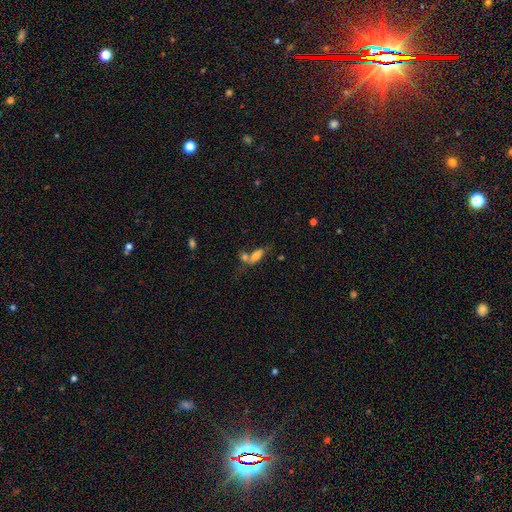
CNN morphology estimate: smooth_or_featured: smooth (p=0.73) [alt: featured or disk p=0.16]
how_rounded: in between (p=0.75) [alt: cigar-shaped p=0.20]
merging: merger (p=0.44) [alt: none p=0.35]